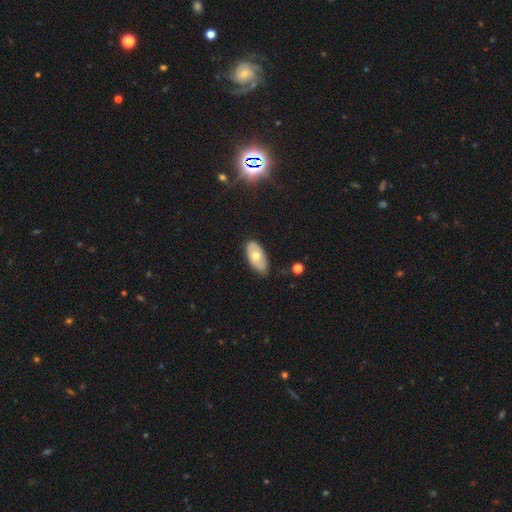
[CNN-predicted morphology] Smooth or featured? smooth (60%)
How rounded? in between (93%)
Merging? none (71%)